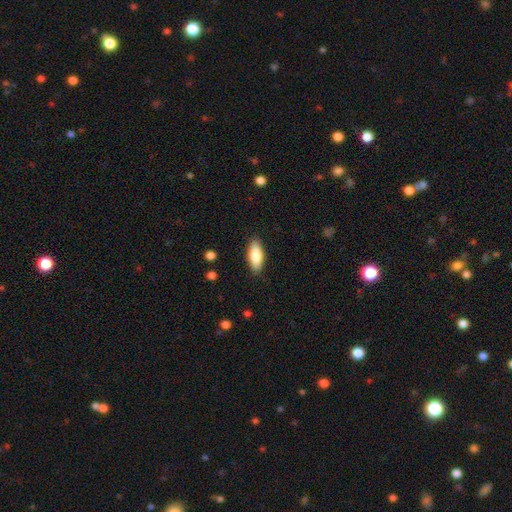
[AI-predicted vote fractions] smooth 79%, featured or disk 15%, star or artifact 6%. Down the decision tree: how rounded — in between (78%); merging — none (88%).